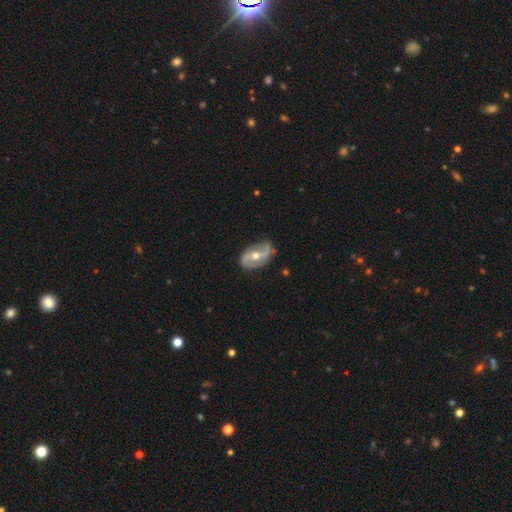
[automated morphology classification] Smooth or featured? Predicted: featured or disk (p=0.79). Edge-on disk? Predicted: no (p=0.94). Bar? Predicted: weak (p=0.37). Spiral arms? Predicted: yes (p=0.85). Spiral winding? Predicted: loose (p=0.49). Spiral arm count? Predicted: 2 (p=0.87). Bulge size? Predicted: moderate (p=0.73). Merging? Predicted: none (p=0.74).